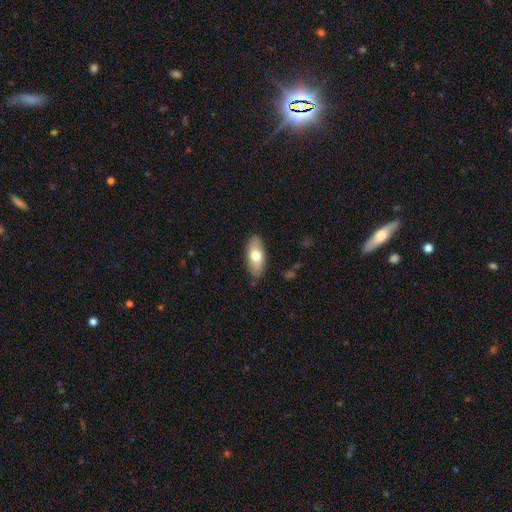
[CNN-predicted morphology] Smooth or featured? Predicted: smooth (p=0.70). How rounded? Predicted: in between (p=0.88). Merging? Predicted: none (p=0.85).